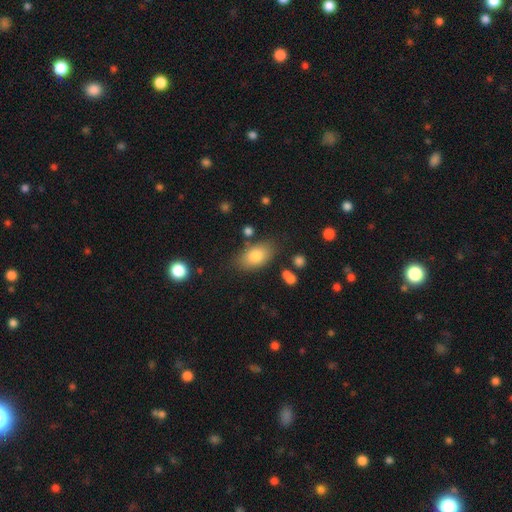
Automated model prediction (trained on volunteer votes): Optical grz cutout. It shows a smooth galaxy with no disk features (79%) that is in between round and cigar-shaped (90%). Merging: none (77%).